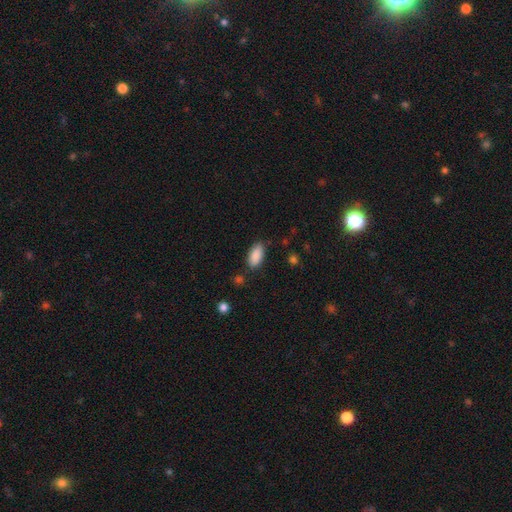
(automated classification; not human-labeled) smooth 90%, star or artifact 7%, featured or disk 4%. Down the decision tree: how rounded — in between (92%); merging — none (82%).